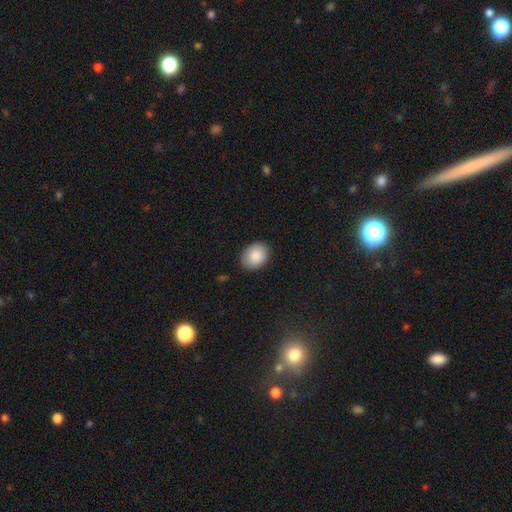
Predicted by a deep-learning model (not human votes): Smooth or featured? smooth (89%)
How rounded? in between (61%)
Merging? none (87%)